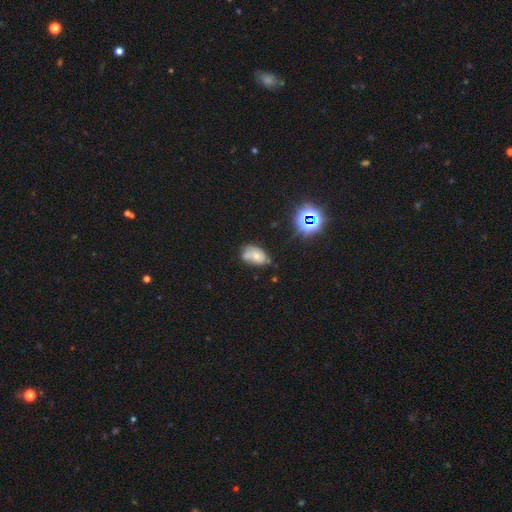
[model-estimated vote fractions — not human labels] Smooth or featured?
  - smooth: 54% *
  - featured or disk: 31%
  - star or artifact: 15%
How rounded?
  - in between: 87% *
  - round: 12%
  - cigar-shaped: 2%
Merging?
  - none: 41% *
  - minor disturbance: 31%
  - merger: 16%
  - major disturbance: 12%